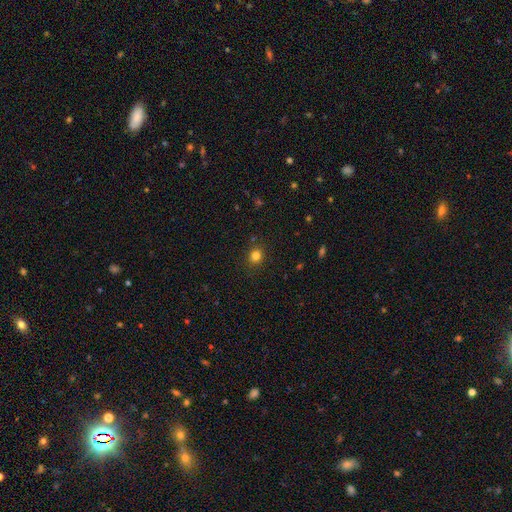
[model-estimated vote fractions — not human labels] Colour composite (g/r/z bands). It shows a smooth galaxy with no disk features (81%) that is round (80%). Merging: none (87%).